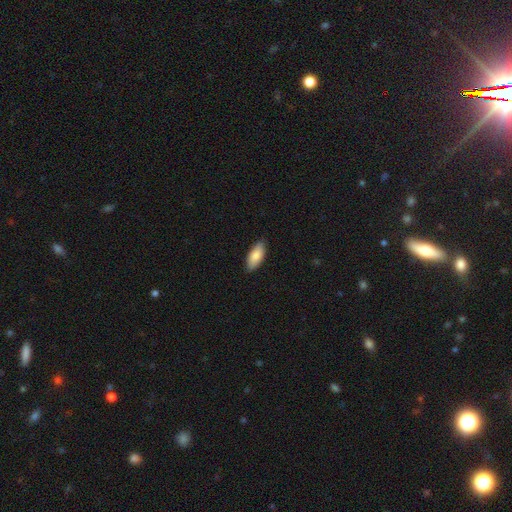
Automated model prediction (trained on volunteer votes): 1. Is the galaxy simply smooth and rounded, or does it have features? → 85% smooth, 10% featured or disk, 6% star or artifact.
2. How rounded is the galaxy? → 85% in between, 13% cigar-shaped, 2% round.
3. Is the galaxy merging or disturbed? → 87% none, 11% minor disturbance, 2% major disturbance, 1% merger.